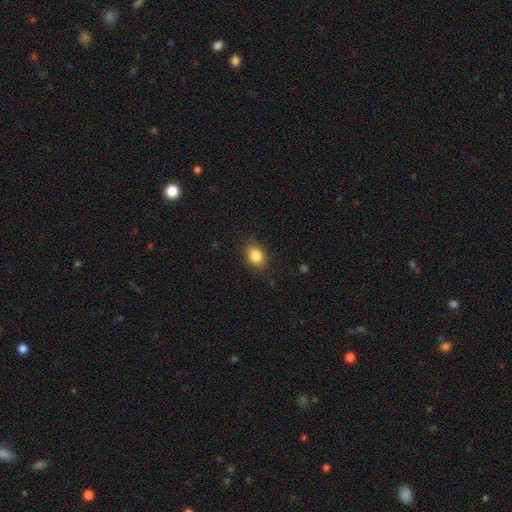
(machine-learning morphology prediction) Smooth or featured: smooth — 84% (star or artifact — 9%)
How rounded: in between — 66% (round — 33%)
Merging: none — 85% (minor disturbance — 11%)